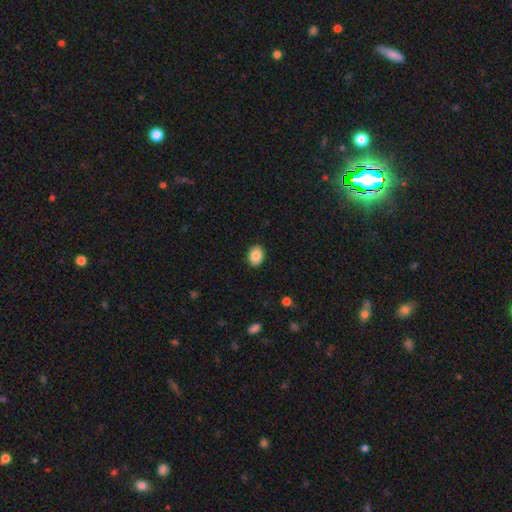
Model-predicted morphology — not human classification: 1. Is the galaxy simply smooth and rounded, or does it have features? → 87% smooth, 8% star or artifact, 5% featured or disk.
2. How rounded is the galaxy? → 65% in between, 34% round, 1% cigar-shaped.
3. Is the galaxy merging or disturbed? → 88% none, 8% minor disturbance, 2% major disturbance, 1% merger.